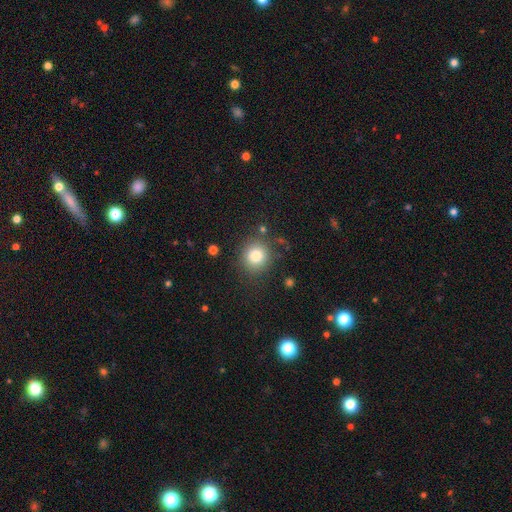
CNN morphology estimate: Q: Smooth or featured?
A: smooth (82%); runner-up: star or artifact (11%)
Q: How rounded?
A: round (86%); runner-up: in between (13%)
Q: Merging?
A: none (82%); runner-up: minor disturbance (10%)